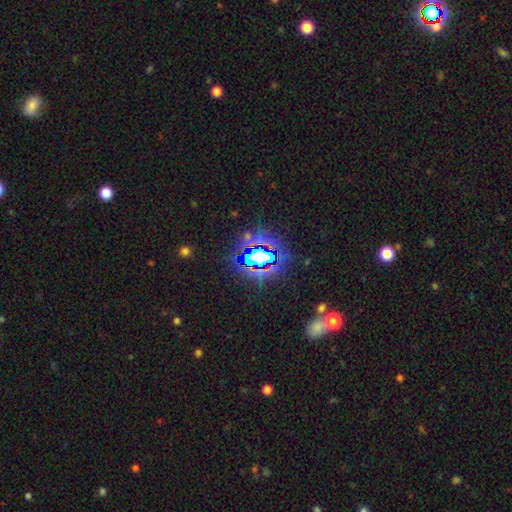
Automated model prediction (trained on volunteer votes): Smooth or featured? Predicted: star or artifact (p=0.79).